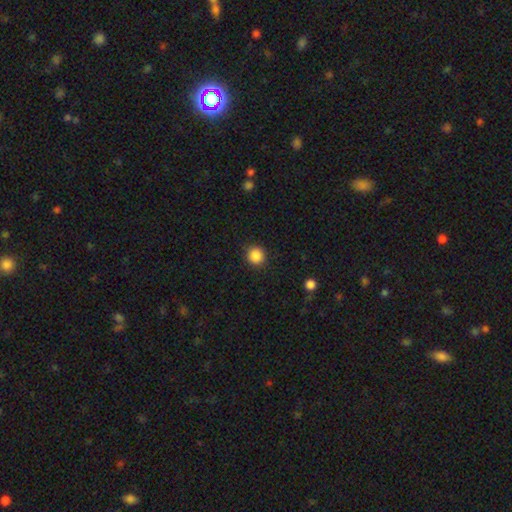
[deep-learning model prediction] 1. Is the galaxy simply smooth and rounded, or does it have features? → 87% smooth, 10% star or artifact, 3% featured or disk.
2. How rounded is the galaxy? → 92% round, 7% in between, 1% cigar-shaped.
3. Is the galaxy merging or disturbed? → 91% none, 6% minor disturbance, 2% major disturbance, 1% merger.